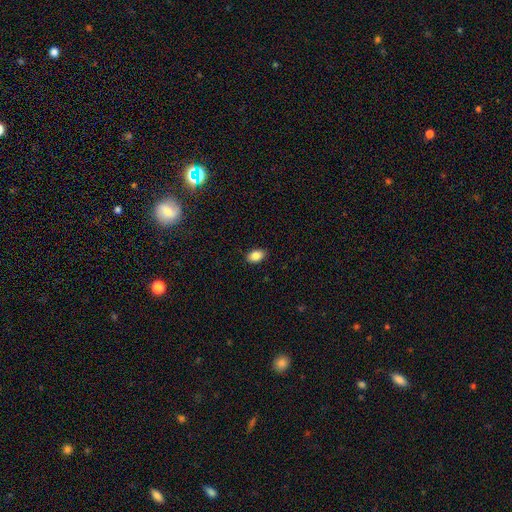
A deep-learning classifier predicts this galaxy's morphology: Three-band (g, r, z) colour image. It shows a smooth galaxy with no disk features (87%) that is in between round and cigar-shaped (87%). Merging: none (88%).